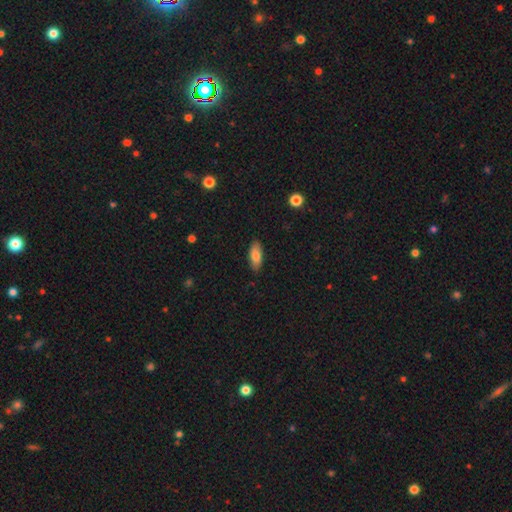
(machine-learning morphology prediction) type=smooth (80%); roundness=in between (79%); merging=none (86%).